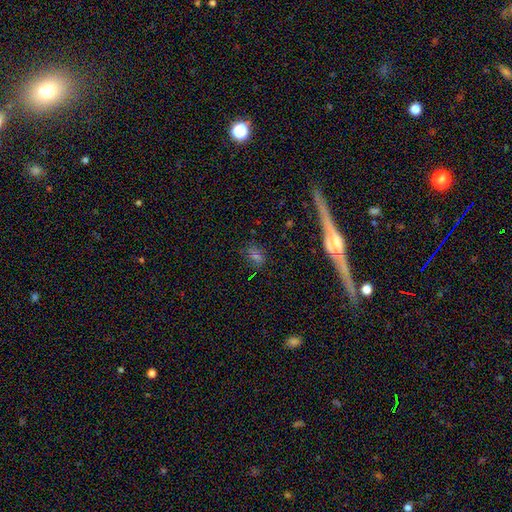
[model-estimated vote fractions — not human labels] smooth_or_featured: smooth (p=0.47) [alt: featured or disk p=0.32]
merging: none (p=0.81) [alt: minor disturbance p=0.12]